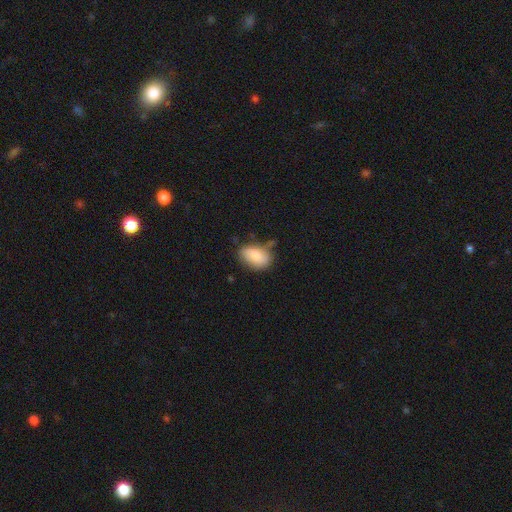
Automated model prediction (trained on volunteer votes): Overall: smooth (83%). How rounded: in between (90%). Merging: none (55%; minor disturbance 30%).